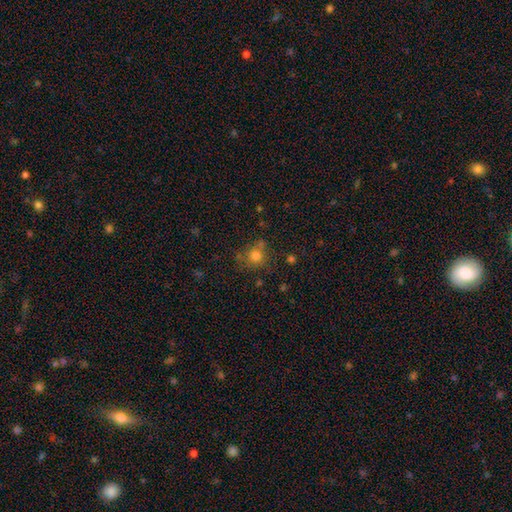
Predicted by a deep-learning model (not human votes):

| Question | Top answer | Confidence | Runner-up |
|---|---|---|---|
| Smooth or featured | smooth | 75% | star or artifact (16%) |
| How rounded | round | 88% | in between (11%) |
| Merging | none | 67% | minor disturbance (14%) |